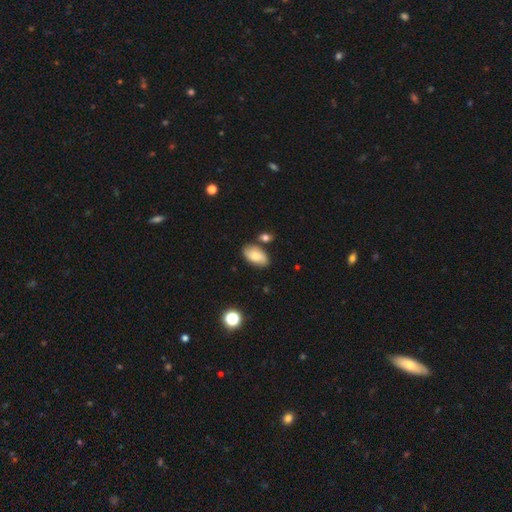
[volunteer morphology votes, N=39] Volunteers were most divided on "merging": none: 69%, minor disturbance: 17%, merger: 14%, major disturbance: 0%. More confident: how rounded — in between (90%); smooth or featured — smooth (79%).